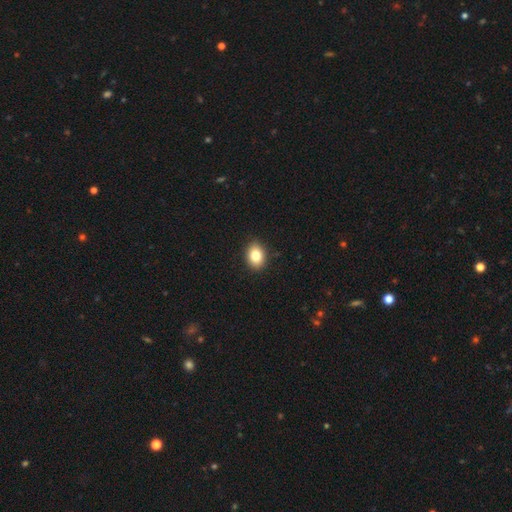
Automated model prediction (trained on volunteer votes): smooth-or-featured: smooth: 84% | star or artifact: 9% | featured or disk: 7%
  how-rounded: in between: 69% | round: 30% | cigar-shaped: 1%
  merging: none: 90% | minor disturbance: 8% | major disturbance: 2% | merger: 1%